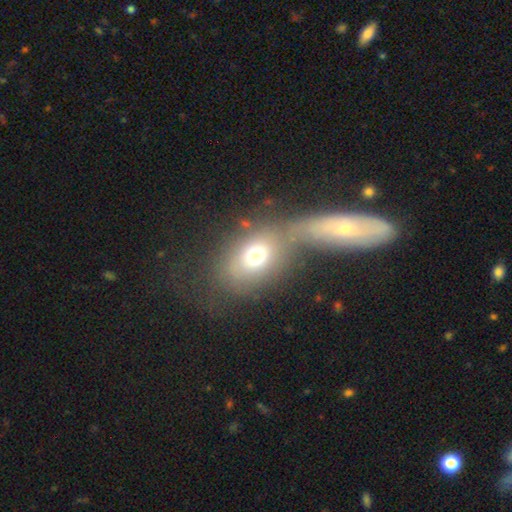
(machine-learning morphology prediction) This is likely a smooth galaxy (66%). How rounded: likely in between (68%). Merging: possibly merger (46%).